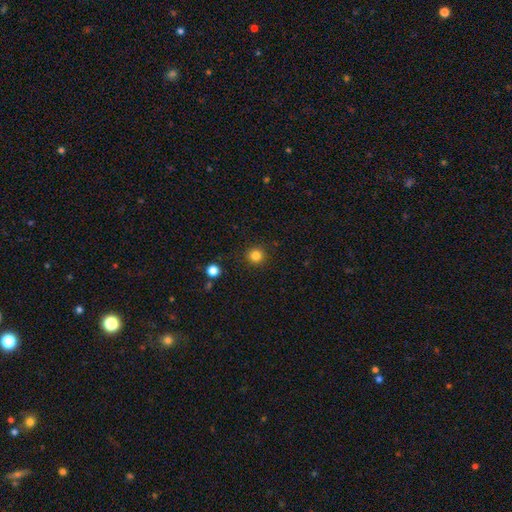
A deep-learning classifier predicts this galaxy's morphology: smooth-or-featured: smooth: 83% | star or artifact: 13% | featured or disk: 4%
  how-rounded: round: 94% | in between: 5% | cigar-shaped: 1%
  merging: none: 91% | minor disturbance: 6% | major disturbance: 2% | merger: 2%